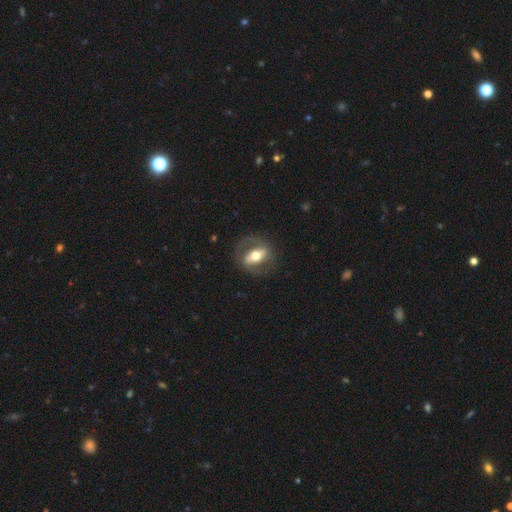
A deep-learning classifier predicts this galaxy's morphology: This is likely a featured or disk galaxy (66%). It is clearly not viewed edge-on (84%). Bar: possibly strong (55%). Spiral arm pattern: possibly no (51%). Central bulge: likely moderate (67%). Merging: likely none (73%).